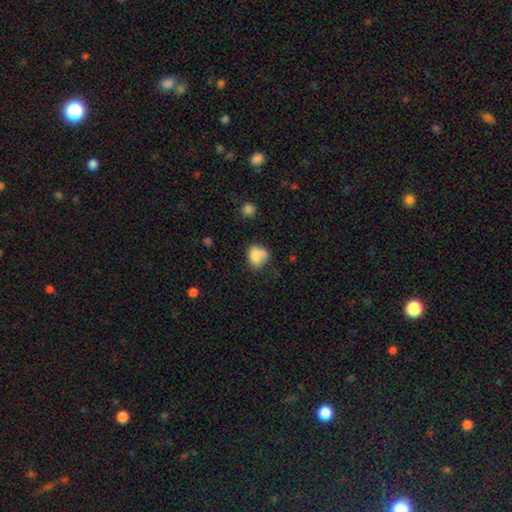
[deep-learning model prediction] The model was most divided on "how rounded": round: 57%, in between: 42%, cigar-shaped: 1%. Remaining: smooth or featured — smooth (79%); merging — none (44%).